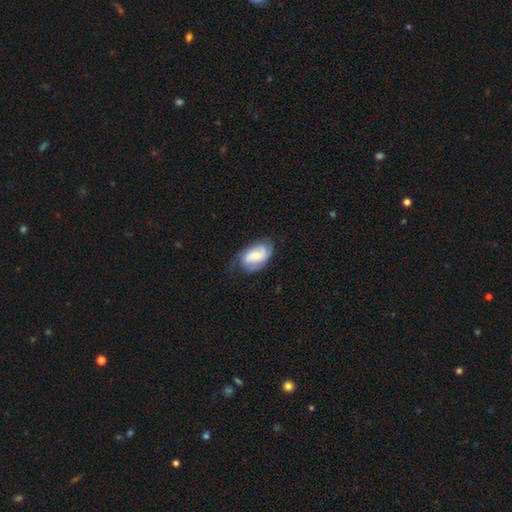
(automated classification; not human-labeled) This is possibly a featured or disk galaxy (49%). Merging: likely none (61%).